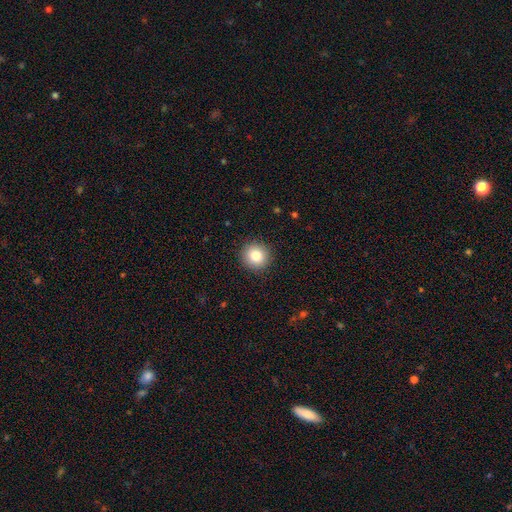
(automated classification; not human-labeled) A smooth galaxy with no disk features (84%) that is round (94%).

Vote fractions:
- Smooth or featured? smooth: 84% / star or artifact: 9% / featured or disk: 7%
- How rounded? round: 94% / in between: 5% / cigar-shaped: 1%
- Merging? none: 92% / minor disturbance: 5% / major disturbance: 2% / merger: 1%